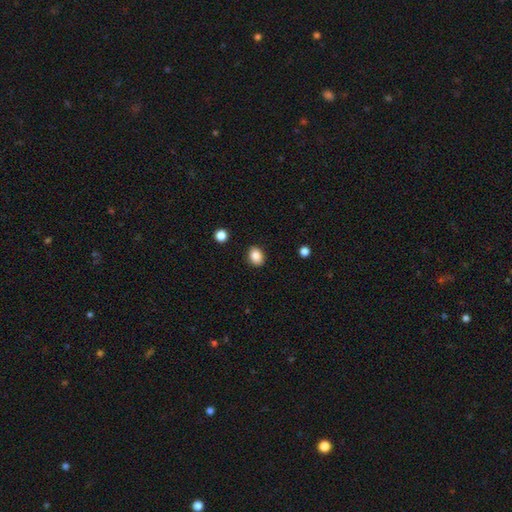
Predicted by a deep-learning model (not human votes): smooth 87%, star or artifact 9%, featured or disk 4%. Down the decision tree: how rounded — in between (63%); merging — none (88%).